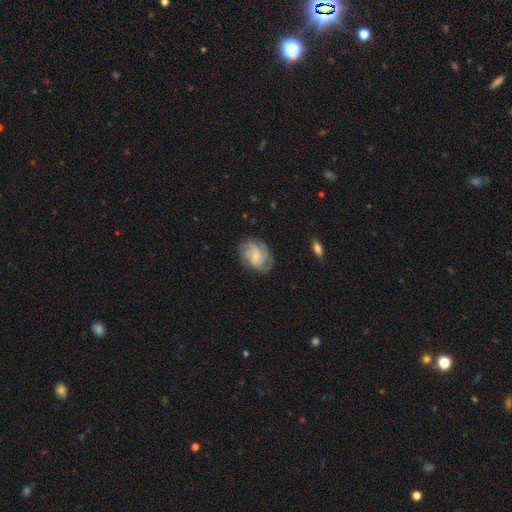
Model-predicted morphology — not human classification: Smooth or featured? Predicted: featured or disk (p=0.69). Edge-on disk? Predicted: no (p=0.98). Bar? Predicted: no (p=0.55). Spiral arms? Predicted: yes (p=0.92). Spiral winding? Predicted: tight (p=0.41, tied with medium). Spiral arm count? Predicted: can't tell (p=0.30). Bulge size? Predicted: small (p=0.66). Merging? Predicted: none (p=0.72).